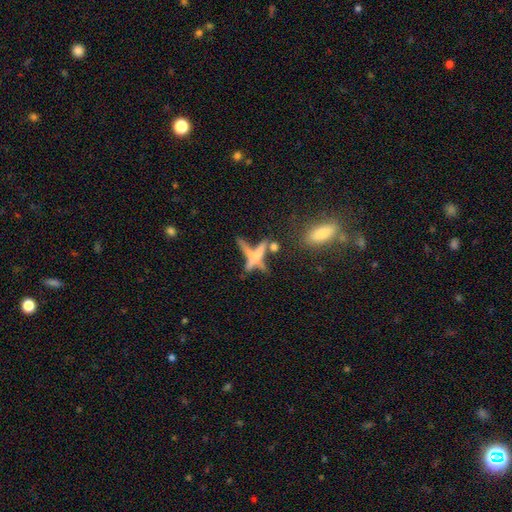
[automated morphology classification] A featured or disk galaxy (43%). Merging: merger (39%).